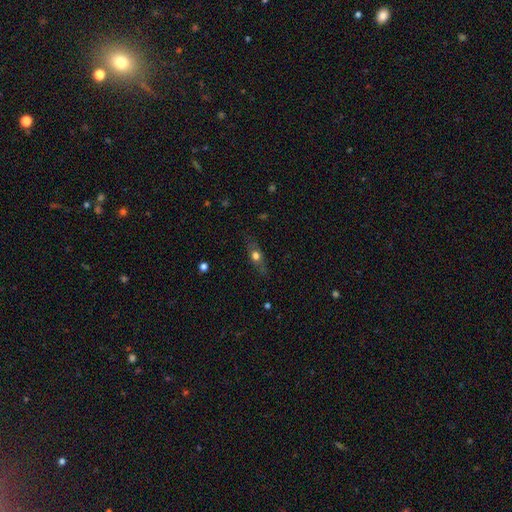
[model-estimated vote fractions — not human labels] This is possibly a smooth galaxy (52%). How rounded: marginally in between (45%). Merging: likely none (78%).